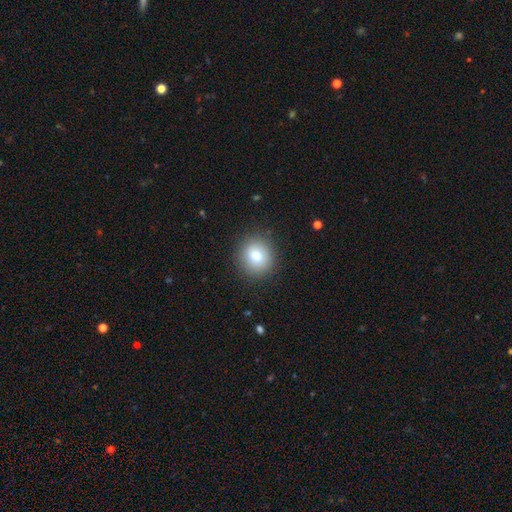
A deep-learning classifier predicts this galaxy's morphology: The model was most divided on "smooth or featured": smooth: 80%, featured or disk: 10%, star or artifact: 10%. More confident: merging — none (89%); how rounded — round (86%).